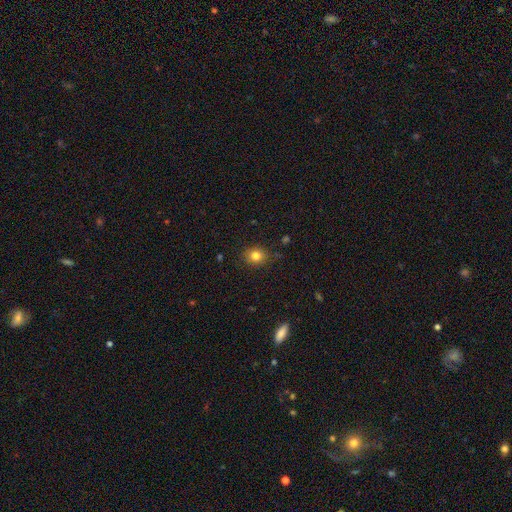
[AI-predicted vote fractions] Q: Smooth or featured?
A: smooth (81%); runner-up: star or artifact (12%)
Q: How rounded?
A: round (70%); runner-up: in between (29%)
Q: Merging?
A: none (84%); runner-up: minor disturbance (12%)